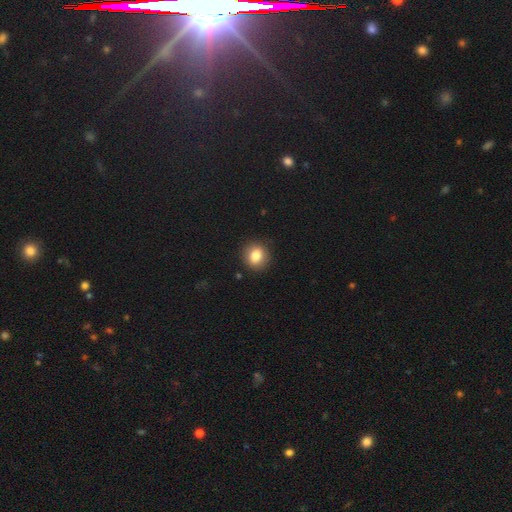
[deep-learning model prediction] The model was most divided on "how rounded": round: 77%, in between: 22%, cigar-shaped: 1%. More confident: merging — none (89%); smooth or featured — smooth (82%).